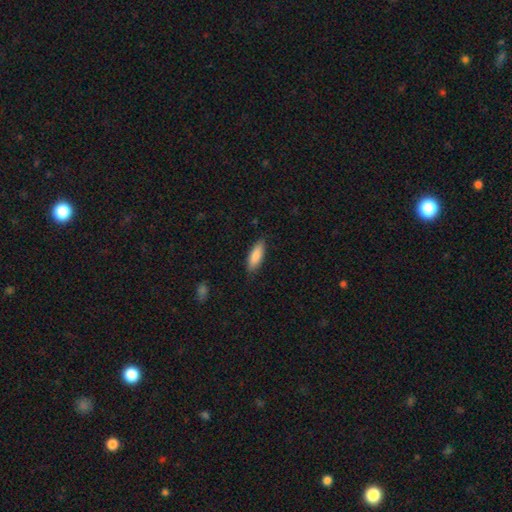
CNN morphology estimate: Smooth or featured?
  - smooth: 85% *
  - featured or disk: 9%
  - star or artifact: 6%
How rounded?
  - in between: 59% *
  - cigar-shaped: 39%
  - round: 2%
Merging?
  - none: 85% *
  - minor disturbance: 11%
  - major disturbance: 2%
  - merger: 1%